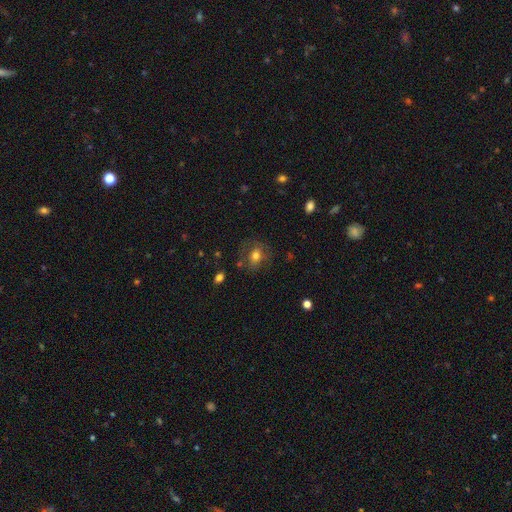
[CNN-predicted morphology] A smooth galaxy with no disk features (67%) that is round (58%).

Vote fractions:
- Smooth or featured? smooth: 67% / featured or disk: 21% / star or artifact: 12%
- How rounded? round: 58% / in between: 40% / cigar-shaped: 1%
- Merging? none: 71% / minor disturbance: 18% / major disturbance: 9% / merger: 3%